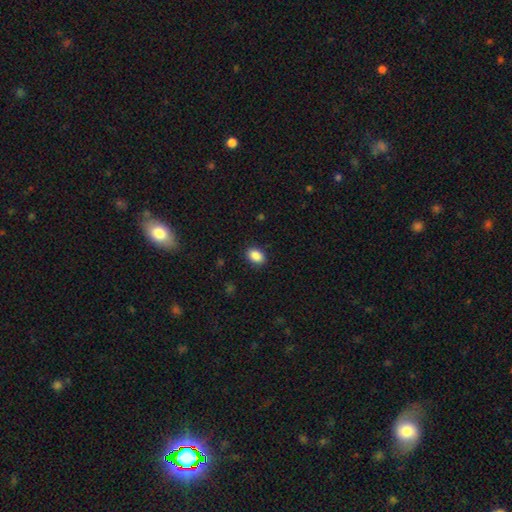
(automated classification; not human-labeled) smooth 88%, star or artifact 8%, featured or disk 3%. Down the decision tree: how rounded — in between (76%); merging — none (89%).